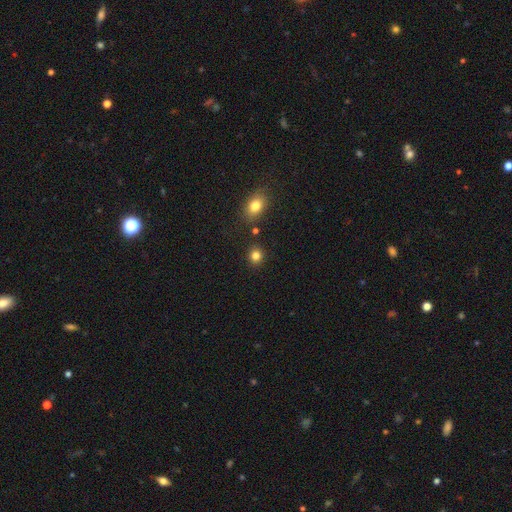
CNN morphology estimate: This is clearly a smooth galaxy (83%). How rounded: clearly round (81%). Merging: clearly none (85%).